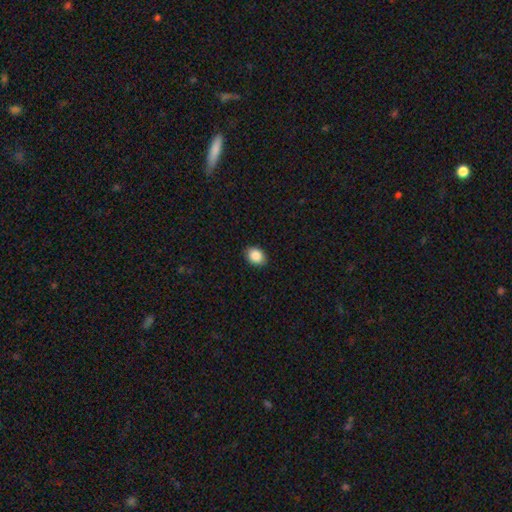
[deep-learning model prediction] smooth-or-featured: smooth: 88% | star or artifact: 8% | featured or disk: 4%
  how-rounded: in between: 63% | round: 36% | cigar-shaped: 1%
  merging: none: 89% | minor disturbance: 8% | major disturbance: 2% | merger: 1%